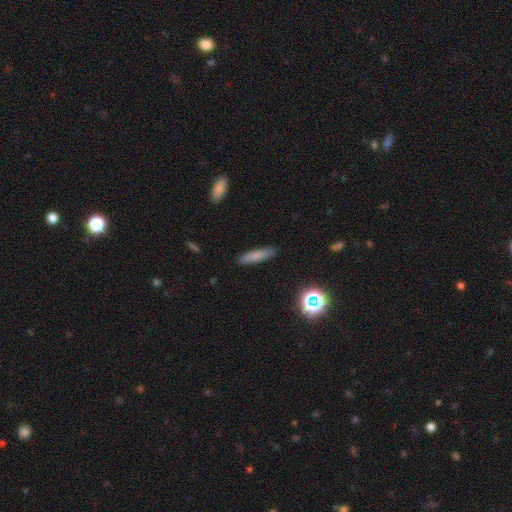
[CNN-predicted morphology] Q: Smooth or featured?
A: smooth (78%); runner-up: featured or disk (12%)
Q: How rounded?
A: cigar-shaped (76%); runner-up: in between (21%)
Q: Merging?
A: none (89%); runner-up: minor disturbance (8%)